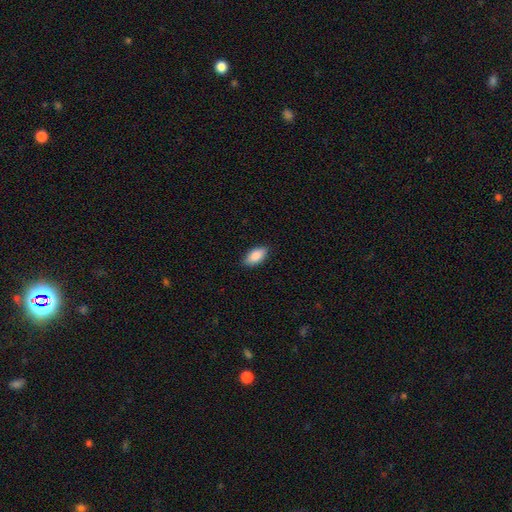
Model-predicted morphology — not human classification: This appears to be a smooth galaxy with no disk features (89%) that is in between round and cigar-shaped (93%). Merging: none (86%).